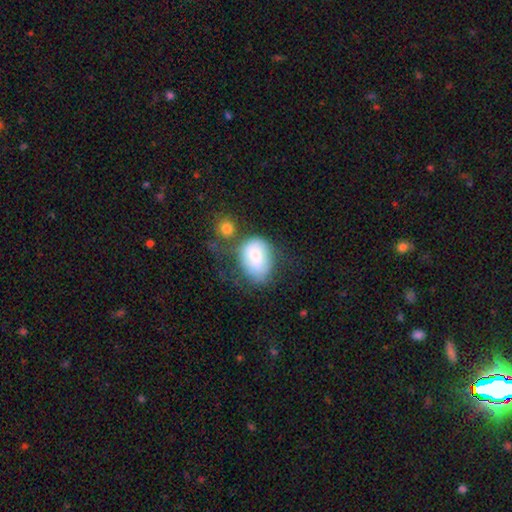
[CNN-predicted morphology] Q: Smooth or featured?
A: smooth (64%); runner-up: featured or disk (28%)
Q: How rounded?
A: in between (60%); runner-up: round (39%)
Q: Merging?
A: none (38%); runner-up: minor disturbance (26%)